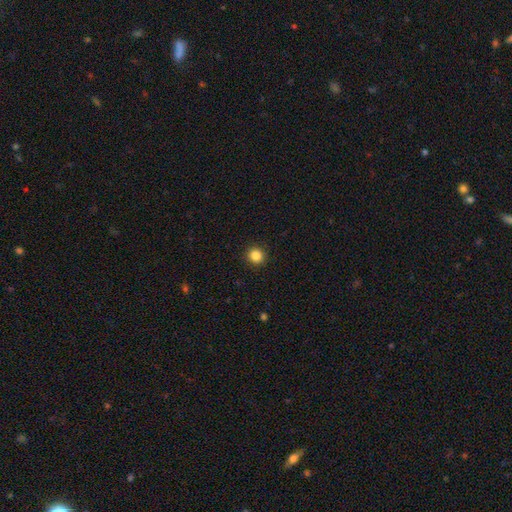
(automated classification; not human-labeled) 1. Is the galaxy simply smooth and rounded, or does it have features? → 85% smooth, 11% star or artifact, 4% featured or disk.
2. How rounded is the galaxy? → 93% round, 6% in between, 1% cigar-shaped.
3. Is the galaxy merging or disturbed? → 93% none, 5% minor disturbance, 2% major disturbance, 1% merger.